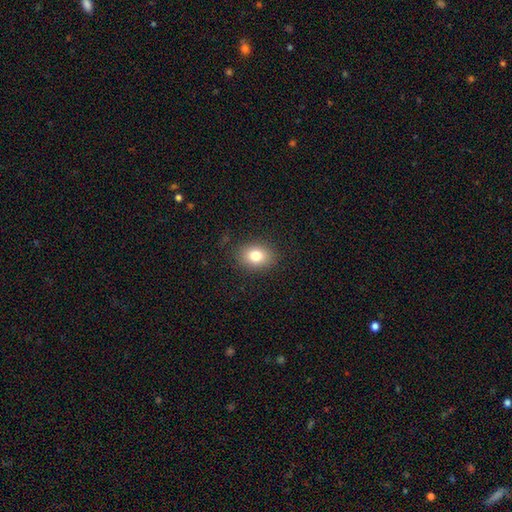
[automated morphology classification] Smooth or featured? smooth (79%)
How rounded? in between (63%)
Merging? none (86%)